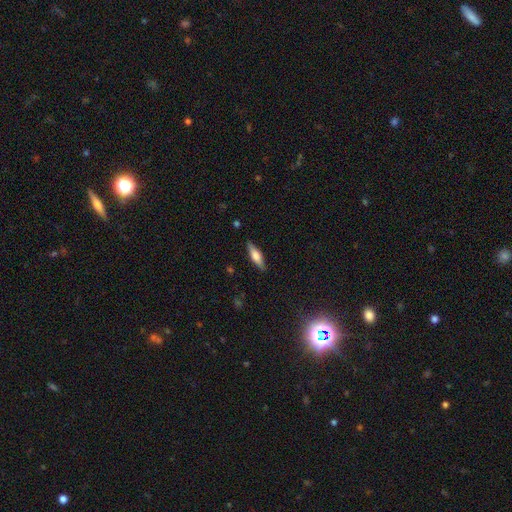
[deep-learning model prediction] This is possibly a smooth galaxy (55%). How rounded: possibly cigar-shaped (57%). Merging: clearly none (87%).